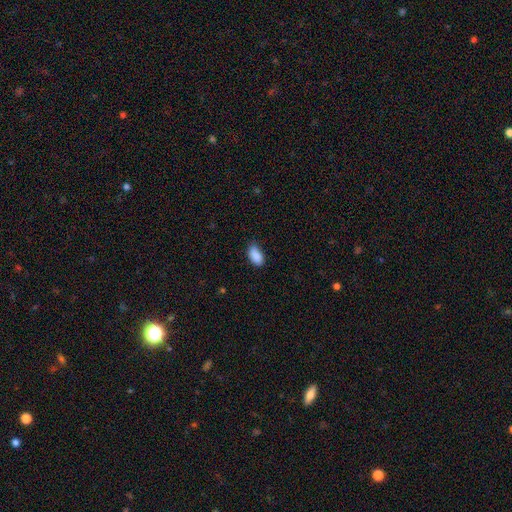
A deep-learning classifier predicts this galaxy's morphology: smooth-or-featured: smooth: 89% | star or artifact: 8% | featured or disk: 3%
  how-rounded: in between: 93% | round: 4% | cigar-shaped: 2%
  merging: none: 71% | minor disturbance: 24% | major disturbance: 4% | merger: 1%